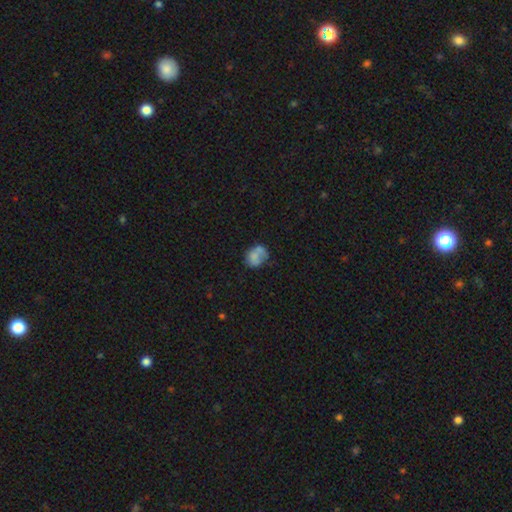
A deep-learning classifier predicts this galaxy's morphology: smooth 65%, featured or disk 25%, star or artifact 10%. Down the decision tree: how rounded — round (54%); merging — none (34%).